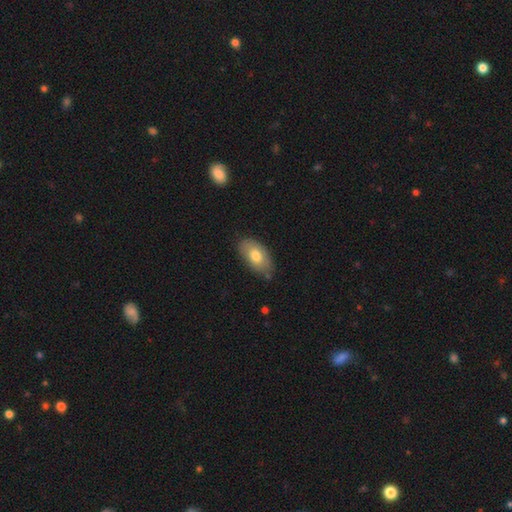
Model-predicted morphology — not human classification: type=smooth (74%); roundness=in between (93%); merging=none (72%).